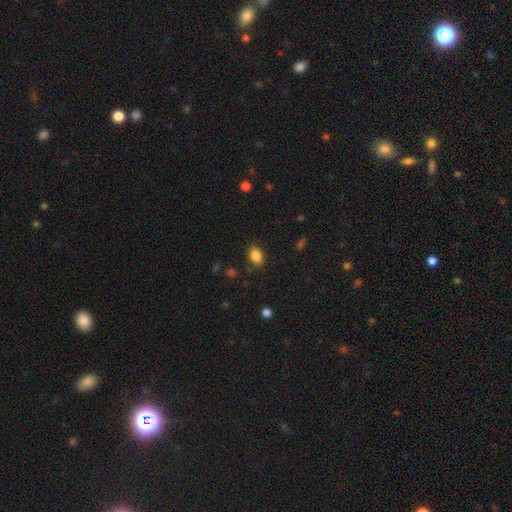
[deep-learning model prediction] smooth-or-featured: smooth: 86% | star or artifact: 9% | featured or disk: 5%
  how-rounded: in between: 83% | round: 15% | cigar-shaped: 1%
  merging: none: 83% | minor disturbance: 12% | major disturbance: 3% | merger: 1%